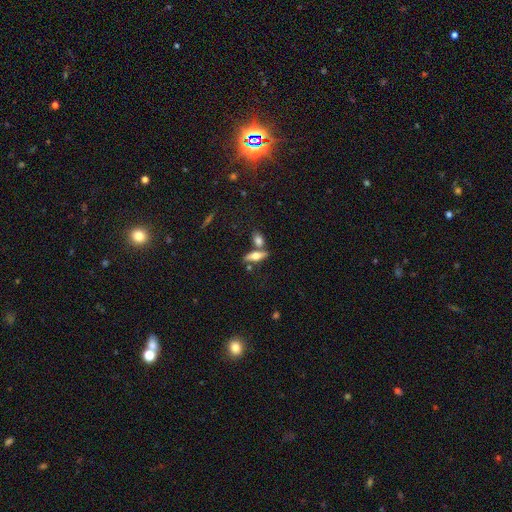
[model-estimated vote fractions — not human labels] This appears to be a smooth galaxy with no disk features (51%) that is in between round and cigar-shaped (51%). Merging: none (60%).